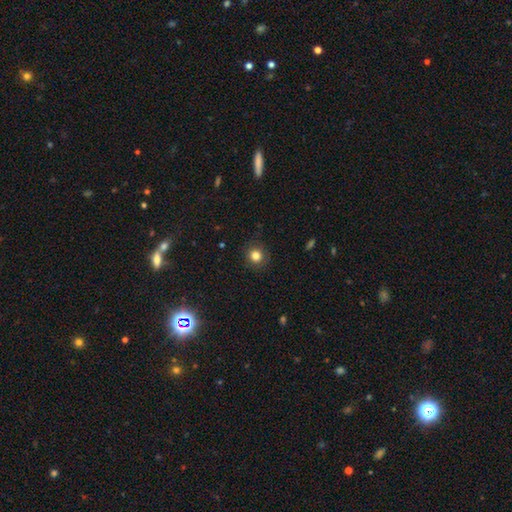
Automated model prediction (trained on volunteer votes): A smooth galaxy with no disk features (82%) that is round (89%). Merging: none (88%).